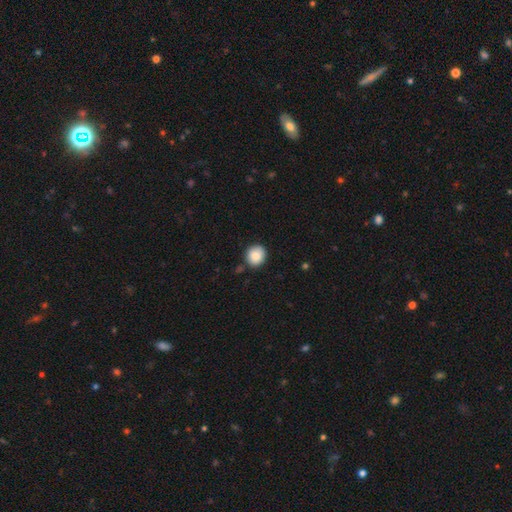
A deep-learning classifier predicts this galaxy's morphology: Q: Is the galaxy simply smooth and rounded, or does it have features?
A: smooth — 87%.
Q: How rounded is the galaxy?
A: round — 81%.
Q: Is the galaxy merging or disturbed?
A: none — 85%.